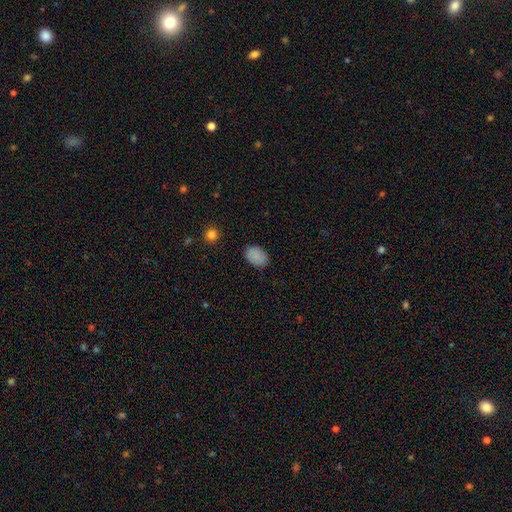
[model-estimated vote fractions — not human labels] A smooth galaxy with no disk features (88%) that is in between round and cigar-shaped (83%). Merging: none (85%).